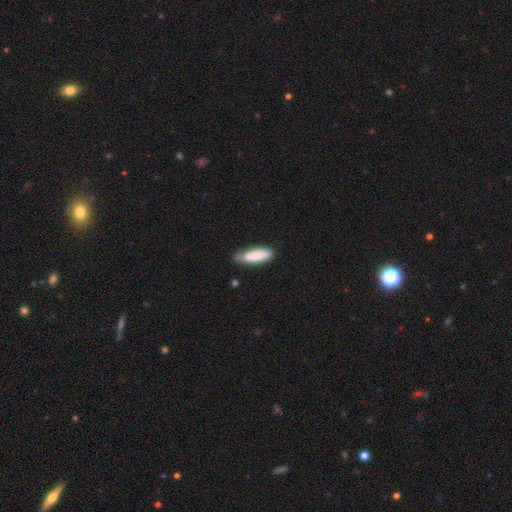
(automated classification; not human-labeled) smooth-or-featured: smooth: 83% | featured or disk: 11% | star or artifact: 6%
  how-rounded: in between: 50% | cigar-shaped: 48% | round: 1%
  merging: none: 59% | minor disturbance: 32% | major disturbance: 6% | merger: 4%